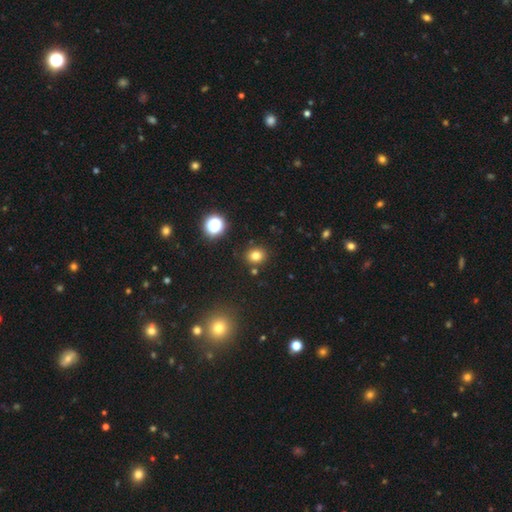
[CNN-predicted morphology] smooth 77%, star or artifact 16%, featured or disk 7%. Down the decision tree: how rounded — round (71%); merging — none (84%).